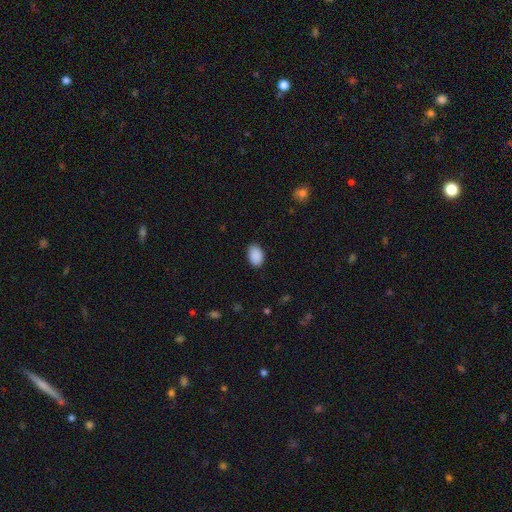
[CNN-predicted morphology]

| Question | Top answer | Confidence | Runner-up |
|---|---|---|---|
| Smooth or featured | smooth | 90% | star or artifact (7%) |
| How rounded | in between | 88% | round (11%) |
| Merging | none | 87% | minor disturbance (9%) |